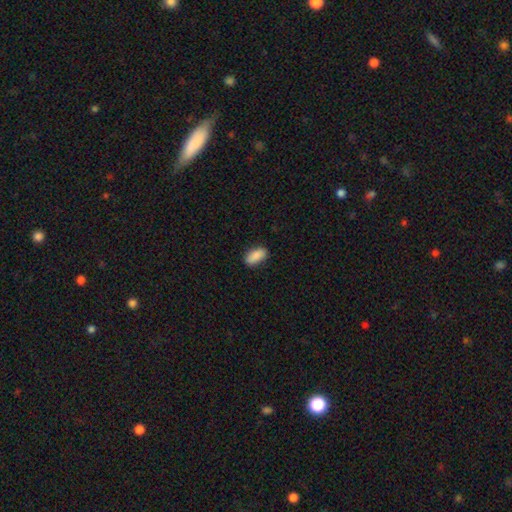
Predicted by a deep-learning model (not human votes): This appears to be a smooth galaxy with no disk features (88%) that is in between round and cigar-shaped (90%). Merging: none (87%).